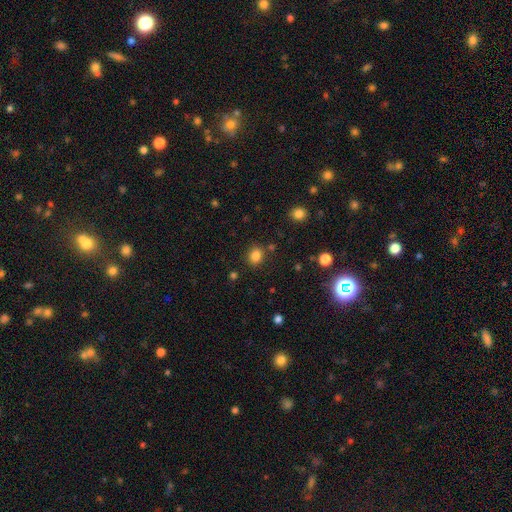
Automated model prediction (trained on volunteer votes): smooth_or_featured: smooth (p=0.83) [alt: star or artifact p=0.12]
how_rounded: round (p=0.66) [alt: in between p=0.33]
merging: none (p=0.84) [alt: minor disturbance p=0.09]